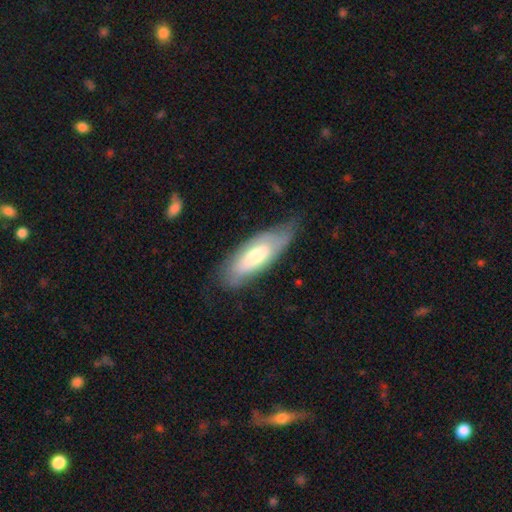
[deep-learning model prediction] Morphology: type=smooth (53%); roundness=in between (66%); merging=none (60%).